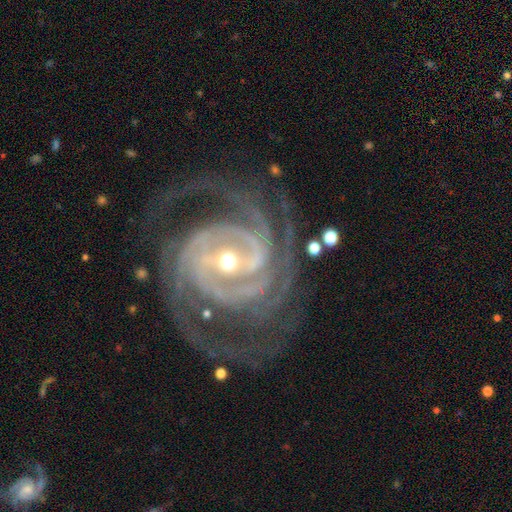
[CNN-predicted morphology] Smooth or featured? featured or disk (94%)
Edge-on disk? no (98%)
Bar? strong (42%)
Spiral arms? yes (99%)
Spiral winding? tight (66%)
Spiral arm count? 3 (30%)
Bulge size? small (49%)
Merging? none (74%)